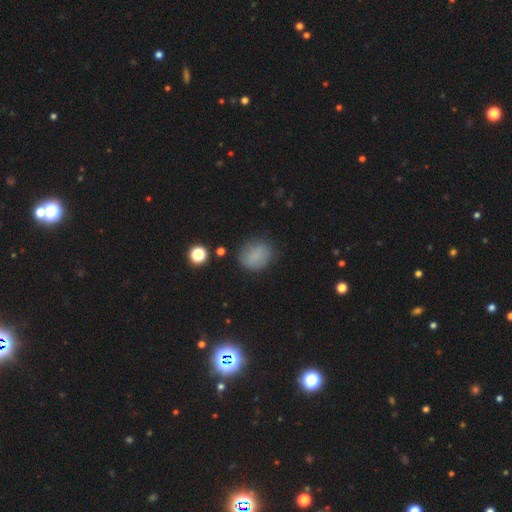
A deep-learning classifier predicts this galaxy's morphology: This is clearly a smooth galaxy (80%). How rounded: likely round (62%). Merging: likely none (76%).